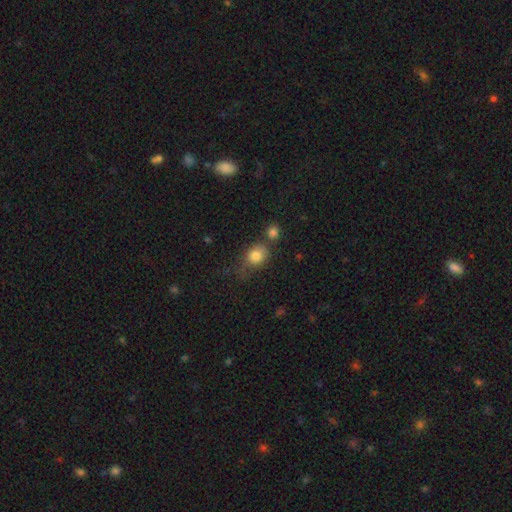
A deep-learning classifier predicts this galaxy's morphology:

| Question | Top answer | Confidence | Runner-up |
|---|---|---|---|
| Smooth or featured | smooth | 81% | star or artifact (10%) |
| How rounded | round | 60% | in between (39%) |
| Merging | none | 47% | minor disturbance (23%) |